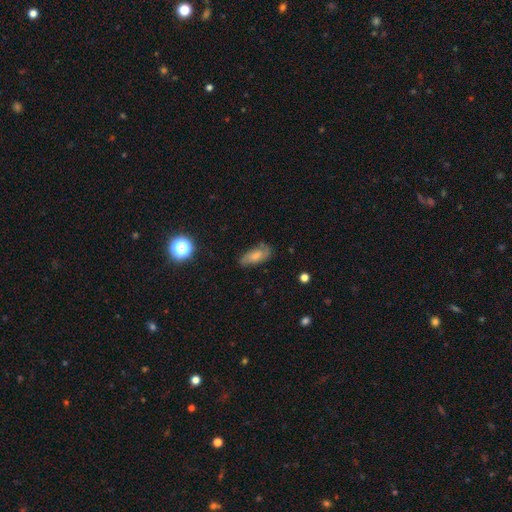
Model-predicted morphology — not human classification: type=smooth (51%); roundness=in between (83%); merging=none (67%).